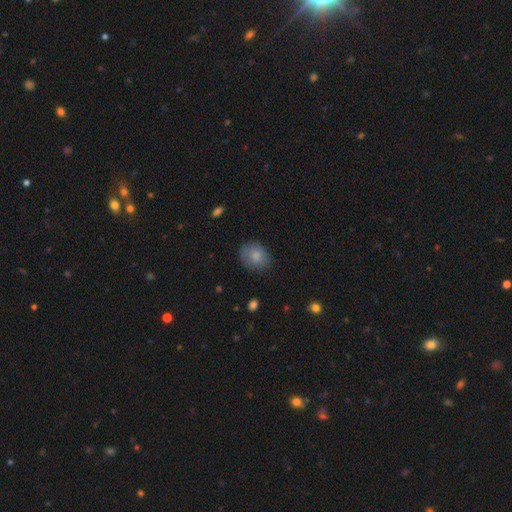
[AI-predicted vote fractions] A smooth galaxy with no disk features (83%) that is round (53%).

Vote fractions:
- Smooth or featured? smooth: 83% / featured or disk: 9% / star or artifact: 8%
- How rounded? round: 53% / in between: 46% / cigar-shaped: 1%
- Merging? none: 77% / minor disturbance: 17% / major disturbance: 4% / merger: 1%